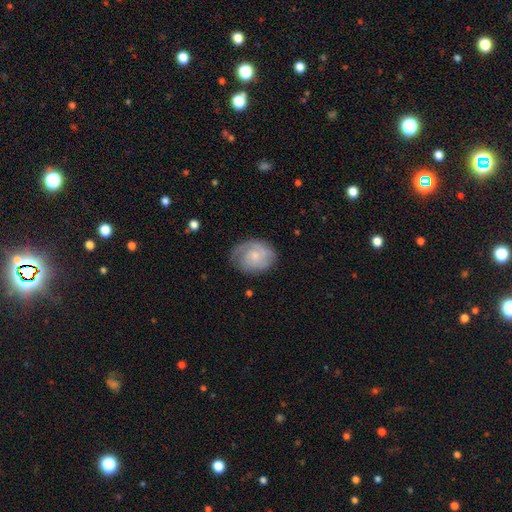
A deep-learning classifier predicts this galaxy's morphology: Smooth or featured? featured or disk (60%)
Edge-on disk? no (97%)
Bar? no (73%)
Spiral arms? yes (88%)
Spiral winding? tight (58%)
Spiral arm count? 2 (34%)
Bulge size? small (59%)
Merging? none (71%)